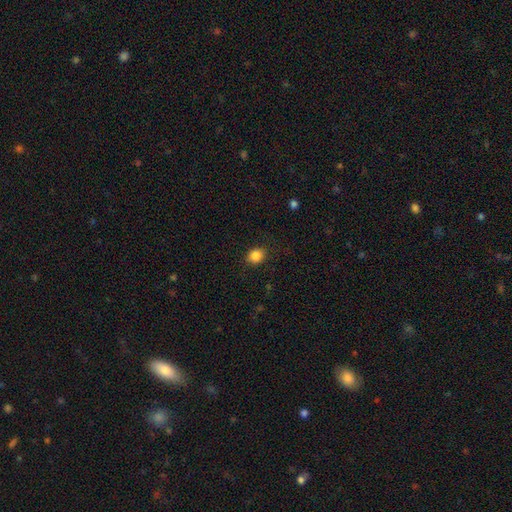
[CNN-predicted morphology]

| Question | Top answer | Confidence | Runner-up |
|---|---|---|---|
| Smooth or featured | smooth | 85% | star or artifact (11%) |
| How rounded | round | 74% | in between (25%) |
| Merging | none | 88% | minor disturbance (9%) |